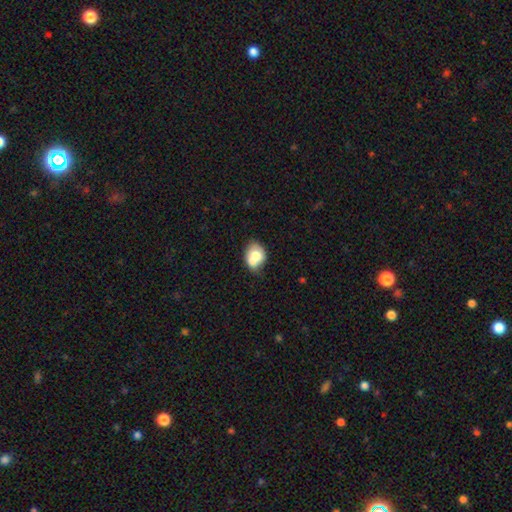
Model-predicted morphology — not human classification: A smooth galaxy with no disk features (70%) that is in between round and cigar-shaped (59%).

Vote fractions:
- Smooth or featured? smooth: 70% / featured or disk: 22% / star or artifact: 8%
- How rounded? in between: 59% / round: 40% / cigar-shaped: 1%
- Merging? merger: 39% / none: 37% / minor disturbance: 18% / major disturbance: 6%